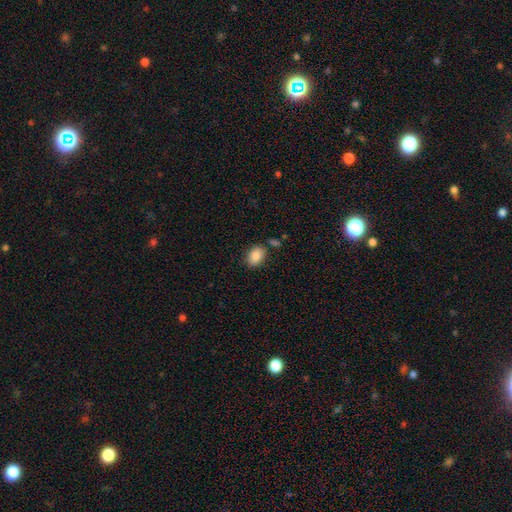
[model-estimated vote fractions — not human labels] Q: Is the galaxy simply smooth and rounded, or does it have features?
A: smooth — 87%.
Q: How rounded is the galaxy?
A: in between — 85%.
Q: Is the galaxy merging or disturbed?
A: none — 78%.